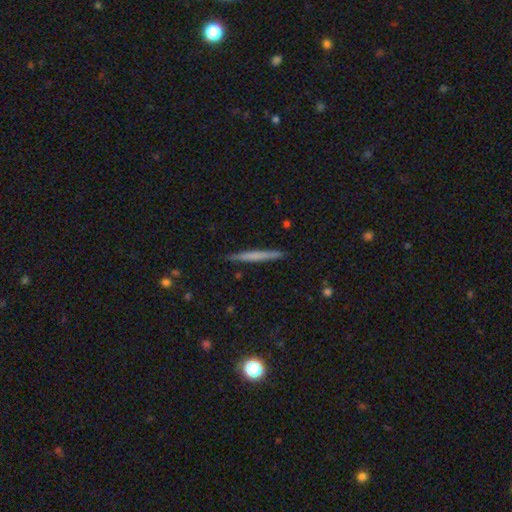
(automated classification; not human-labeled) Smooth or featured: smooth — 56% (featured or disk — 37%)
How rounded: cigar-shaped — 96% (in between — 2%)
Merging: none — 89% (minor disturbance — 8%)